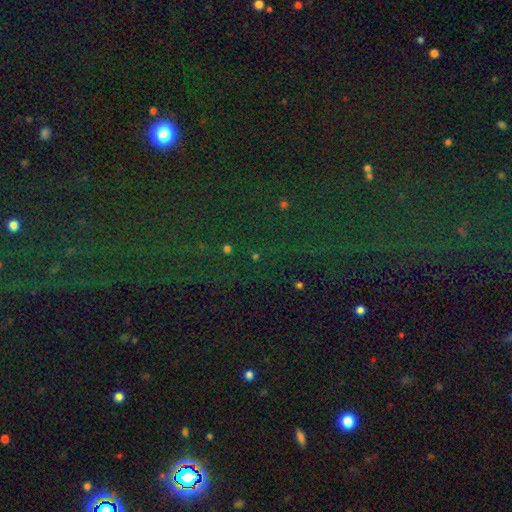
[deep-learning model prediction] A star or artifact, not a galaxy (80%).